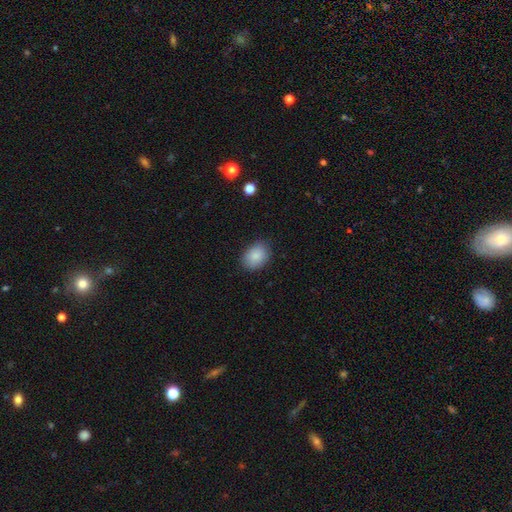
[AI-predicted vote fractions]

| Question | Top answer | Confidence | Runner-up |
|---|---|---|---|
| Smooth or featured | smooth | 86% | star or artifact (8%) |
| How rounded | in between | 74% | round (25%) |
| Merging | none | 81% | minor disturbance (15%) |